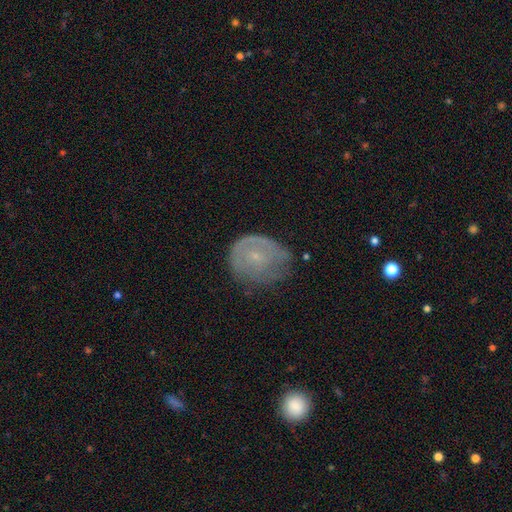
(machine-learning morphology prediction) Smooth or featured? featured or disk (51%)
Edge-on disk? no (96%)
Merging? none (54%)